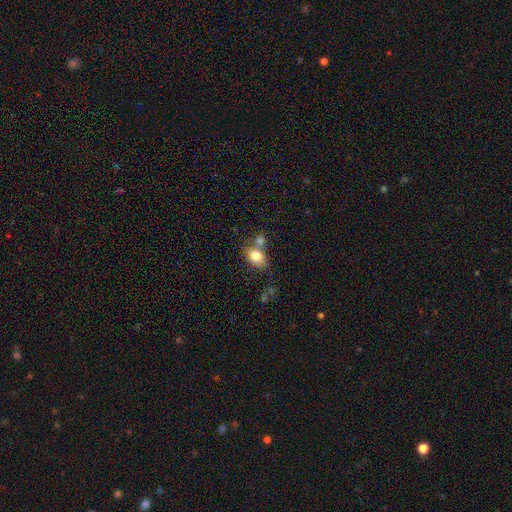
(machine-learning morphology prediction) Smooth or featured? smooth (81%)
How rounded? in between (75%)
Merging? none (50%)